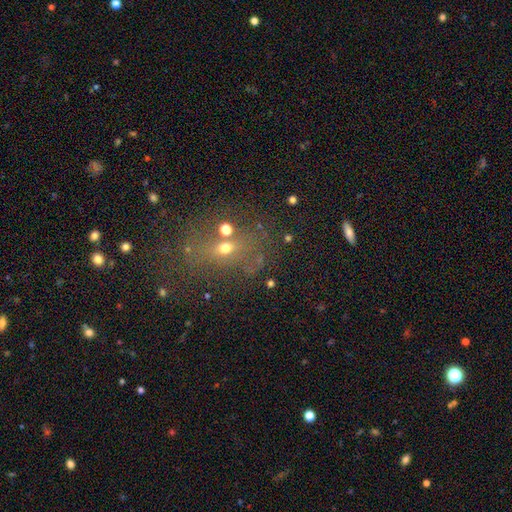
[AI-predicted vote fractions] Smooth or featured? star or artifact (40%)